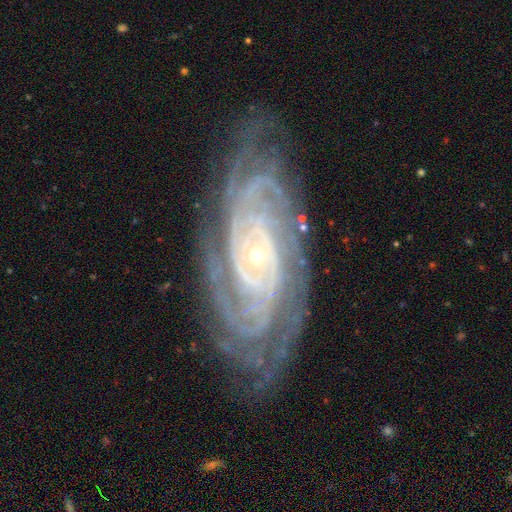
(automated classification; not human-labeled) Q: Smooth or featured?
A: featured or disk (92%); runner-up: star or artifact (5%)
Q: Edge-on disk?
A: no (95%); runner-up: yes (5%)
Q: Bar?
A: no (59%); runner-up: weak (24%)
Q: Spiral arms?
A: yes (99%); runner-up: no (1%)
Q: Spiral winding?
A: tight (84%); runner-up: medium (14%)
Q: Spiral arm count?
A: 4 (27%); runner-up: more than 4 (22%)
Q: Bulge size?
A: small (79%); runner-up: moderate (18%)
Q: Merging?
A: none (79%); runner-up: minor disturbance (15%)